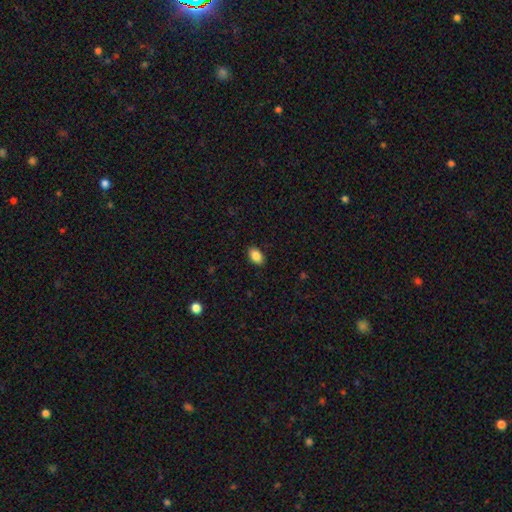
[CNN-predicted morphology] Smooth or featured? smooth (87%)
How rounded? in between (88%)
Merging? none (89%)